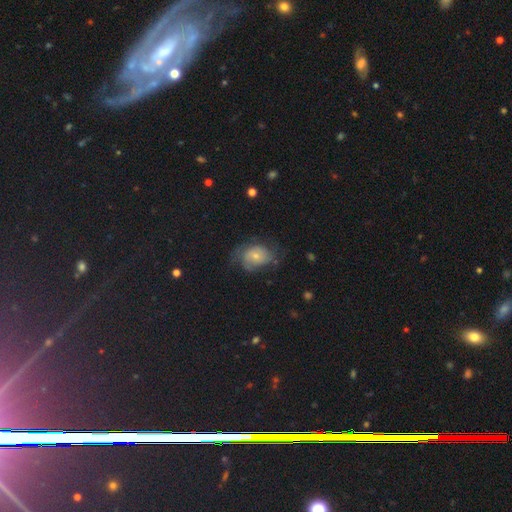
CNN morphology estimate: Q: Smooth or featured?
A: featured or disk (49%); runner-up: smooth (42%)
Q: Merging?
A: none (45%); runner-up: minor disturbance (29%)